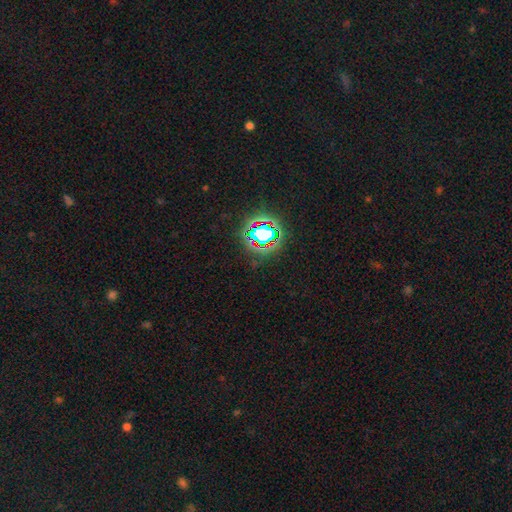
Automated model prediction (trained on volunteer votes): Q: Smooth or featured?
A: star or artifact (81%); runner-up: smooth (12%)